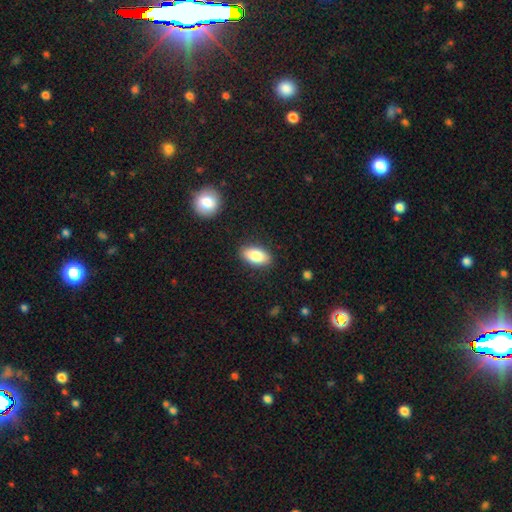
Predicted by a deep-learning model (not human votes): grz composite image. It shows a smooth galaxy with no disk features (83%) that is in between round and cigar-shaped (92%). Merging: none (87%).